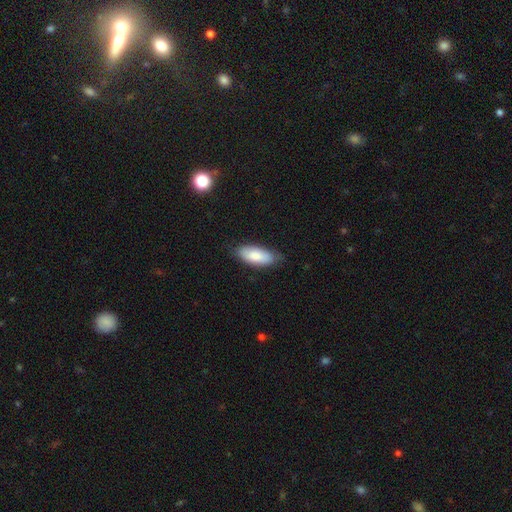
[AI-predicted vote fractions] smooth-or-featured: smooth: 83% | featured or disk: 12% | star or artifact: 6%
  how-rounded: in between: 83% | cigar-shaped: 15% | round: 2%
  merging: none: 76% | minor disturbance: 20% | major disturbance: 3% | merger: 1%